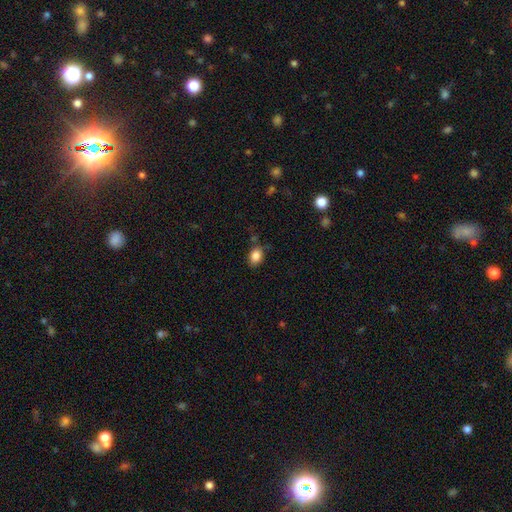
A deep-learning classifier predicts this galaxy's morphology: Smooth or featured? Predicted: smooth (p=0.85). How rounded? Predicted: in between (p=0.73). Merging? Predicted: none (p=0.77).